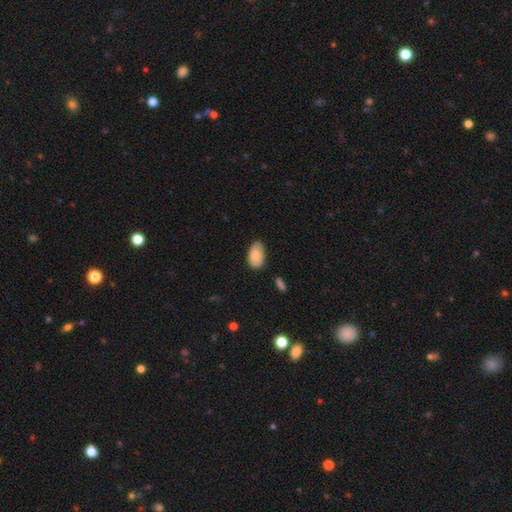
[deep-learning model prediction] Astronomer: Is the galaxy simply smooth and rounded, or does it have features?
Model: smooth — 81%.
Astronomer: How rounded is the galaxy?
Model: in between — 93%.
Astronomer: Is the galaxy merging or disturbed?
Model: none — 68%.